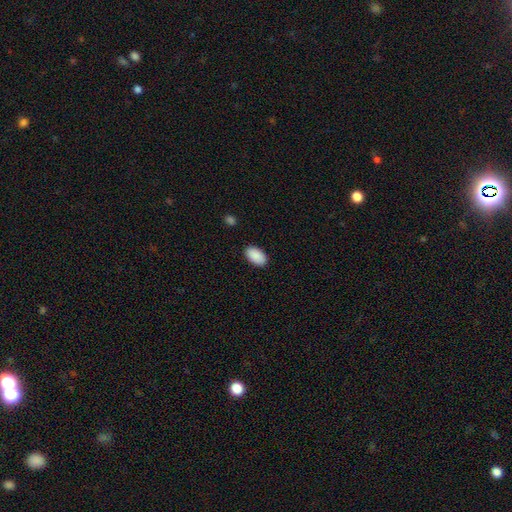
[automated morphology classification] A smooth galaxy with no disk features (91%) that is in between round and cigar-shaped (95%). Merging: none (89%).